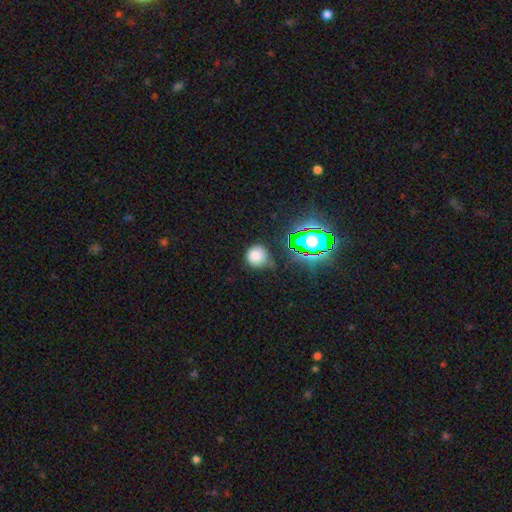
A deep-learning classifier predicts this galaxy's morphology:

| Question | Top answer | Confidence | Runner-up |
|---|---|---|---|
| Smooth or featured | smooth | 74% | star or artifact (19%) |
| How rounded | round | 91% | in between (8%) |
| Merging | none | 68% | minor disturbance (22%) |